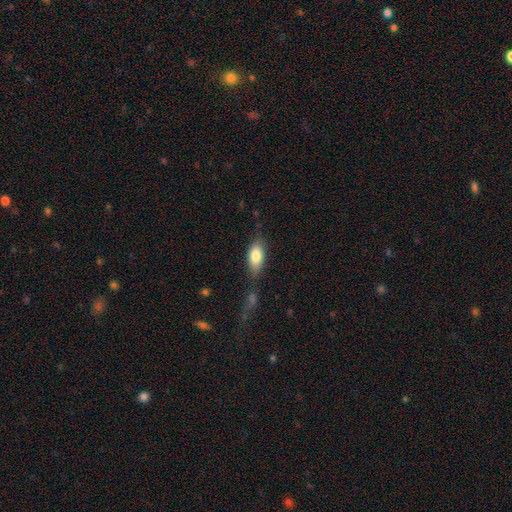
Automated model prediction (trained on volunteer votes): Q: Smooth or featured?
A: smooth (80%); runner-up: featured or disk (14%)
Q: How rounded?
A: in between (86%); runner-up: cigar-shaped (10%)
Q: Merging?
A: none (65%); runner-up: minor disturbance (19%)